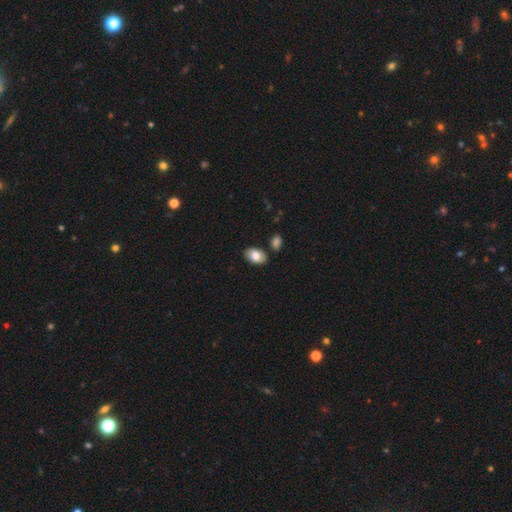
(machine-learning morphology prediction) The model was most divided on "smooth or featured": smooth: 81%, featured or disk: 12%, star or artifact: 7%. More confident: how rounded — in between (92%); merging — none (83%).